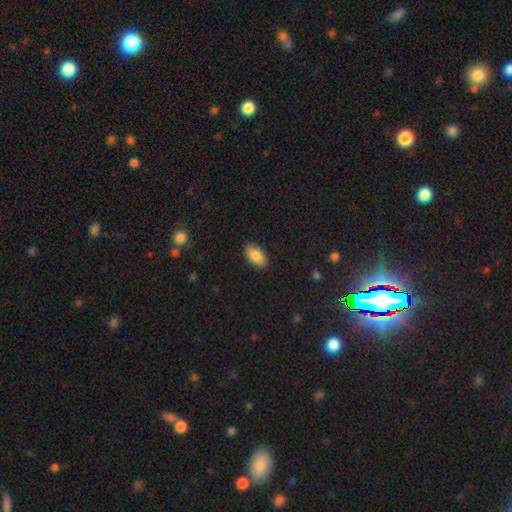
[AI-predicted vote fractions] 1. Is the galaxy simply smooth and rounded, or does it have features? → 86% smooth, 7% star or artifact, 7% featured or disk.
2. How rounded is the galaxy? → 94% in between, 4% round, 2% cigar-shaped.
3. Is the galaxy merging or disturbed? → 88% none, 9% minor disturbance, 2% major disturbance, 1% merger.